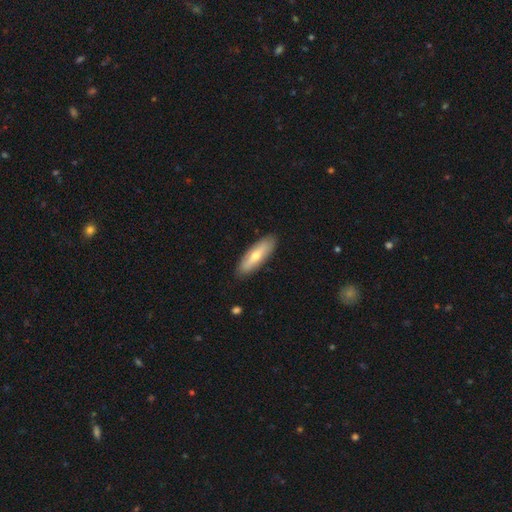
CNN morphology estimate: Overall: smooth (56%; featured or disk 39%). How rounded: in between (50%; cigar-shaped 48%). Merging: none (88%).